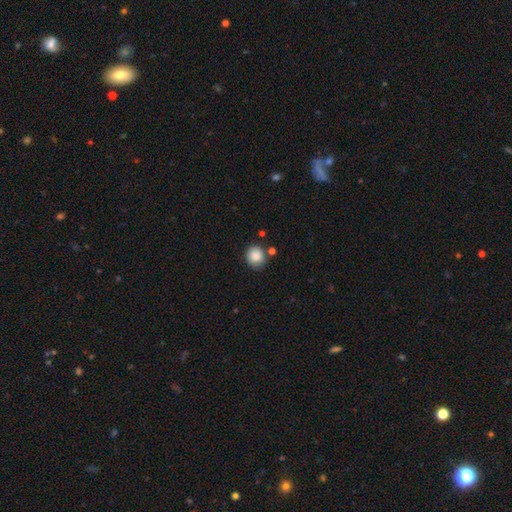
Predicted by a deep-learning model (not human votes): Q: Smooth or featured?
A: smooth (87%); runner-up: star or artifact (9%)
Q: How rounded?
A: round (88%); runner-up: in between (11%)
Q: Merging?
A: none (79%); runner-up: minor disturbance (12%)